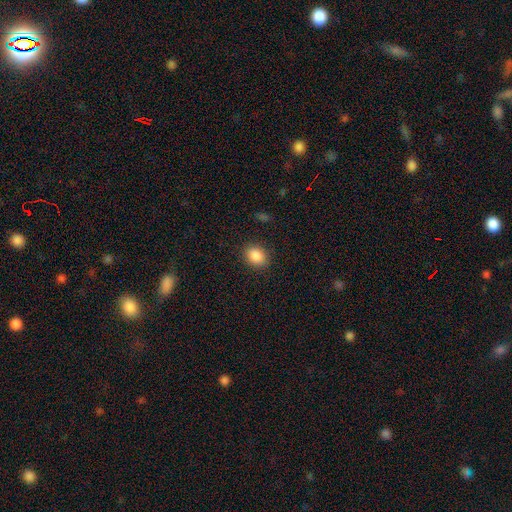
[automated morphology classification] Q: Smooth or featured?
A: smooth (87%); runner-up: star or artifact (9%)
Q: How rounded?
A: in between (51%); runner-up: round (48%)
Q: Merging?
A: none (88%); runner-up: minor disturbance (8%)